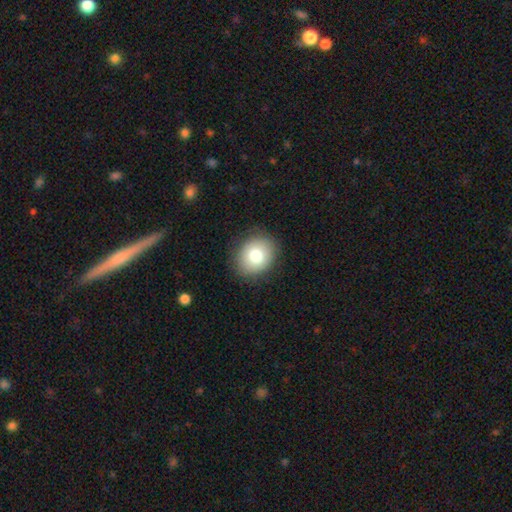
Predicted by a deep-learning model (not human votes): smooth-or-featured: smooth: 79% | featured or disk: 12% | star or artifact: 9%
  how-rounded: round: 61% | in between: 38% | cigar-shaped: 1%
  merging: none: 86% | minor disturbance: 10% | major disturbance: 3% | merger: 1%